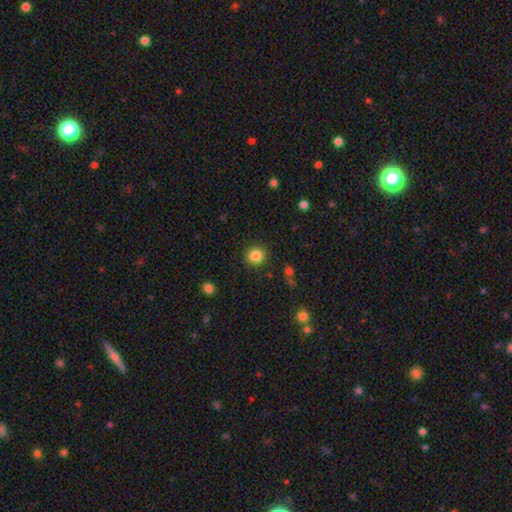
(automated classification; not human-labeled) The model was most divided on "smooth or featured": smooth: 84%, star or artifact: 11%, featured or disk: 5%. More confident: how rounded — round (92%); merging — none (90%).